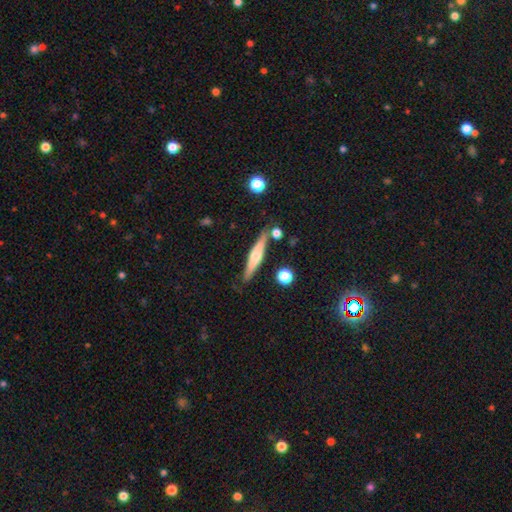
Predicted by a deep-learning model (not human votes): smooth_or_featured: featured or disk (p=0.55) [alt: smooth p=0.39]
disk_edge_on: yes (p=0.95) [alt: no p=0.05]
edge_on_bulge: rounded (p=0.82) [alt: none p=0.10]
merging: none (p=0.81) [alt: minor disturbance p=0.11]